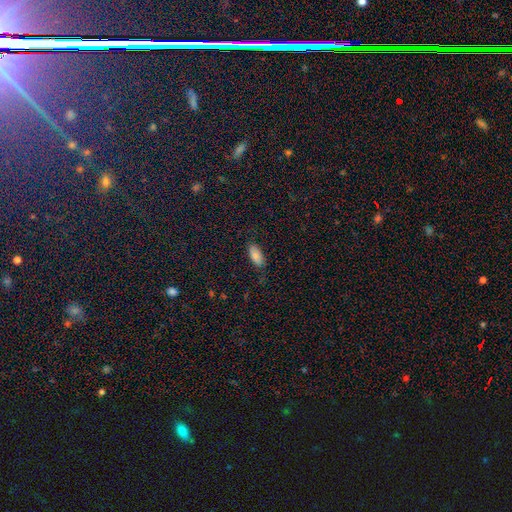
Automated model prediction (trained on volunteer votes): This is clearly a smooth galaxy (85%). How rounded: clearly in between (89%). Merging: clearly none (81%).